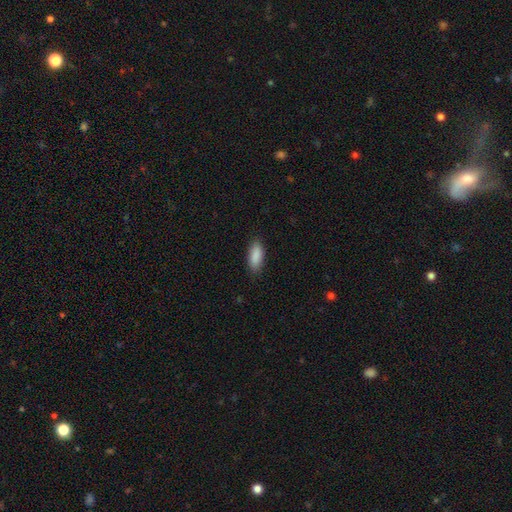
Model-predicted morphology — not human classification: A smooth galaxy with no disk features (90%) that is in between round and cigar-shaped (82%). Merging: none (85%).